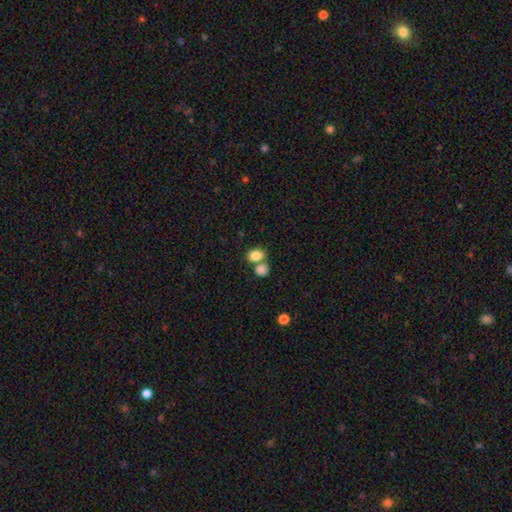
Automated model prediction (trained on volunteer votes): Q: Smooth or featured?
A: smooth (83%); runner-up: star or artifact (9%)
Q: How rounded?
A: in between (58%); runner-up: round (41%)
Q: Merging?
A: none (44%); runner-up: merger (43%)